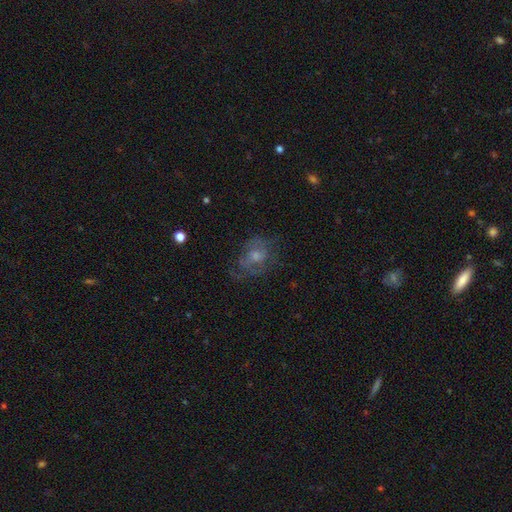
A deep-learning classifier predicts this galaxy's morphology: Smooth or featured? Predicted: featured or disk (p=0.55). Edge-on disk? Predicted: no (p=0.96). Bar? Predicted: no (p=0.72). Spiral arms? Predicted: yes (p=0.62). Bulge size? Predicted: moderate (p=0.49). Merging? Predicted: none (p=0.60).